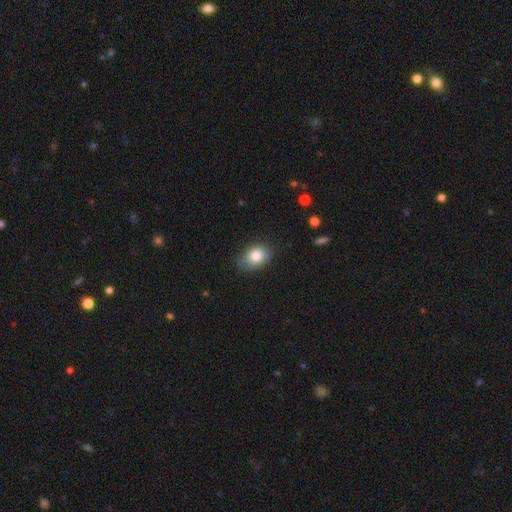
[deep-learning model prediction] Smooth or featured? Predicted: smooth (p=0.81). How rounded? Predicted: in between (p=0.80). Merging? Predicted: none (p=0.77).